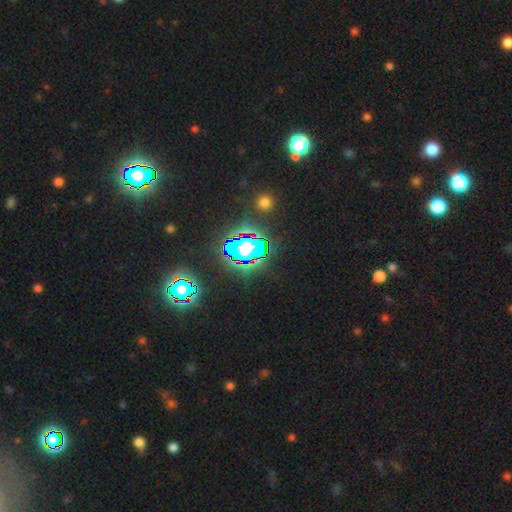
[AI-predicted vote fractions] Morphology: type=star or artifact (81%).